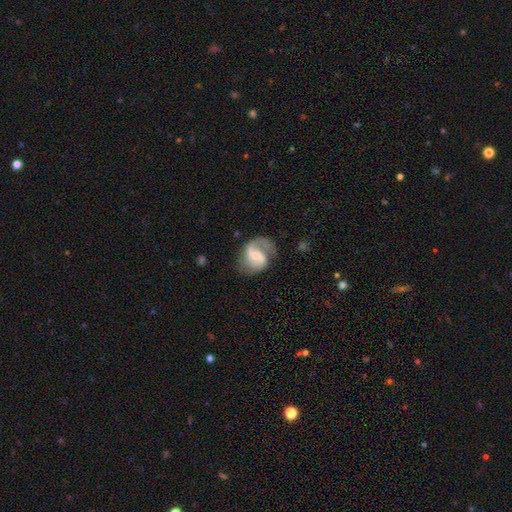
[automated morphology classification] type=featured or disk (83%); edge-on=no (98%); bar=weak (46%); spiral arms=yes (96%); winding=medium (50%); arm count=2 (80%); bulge=small (51%); merging=none (63%).